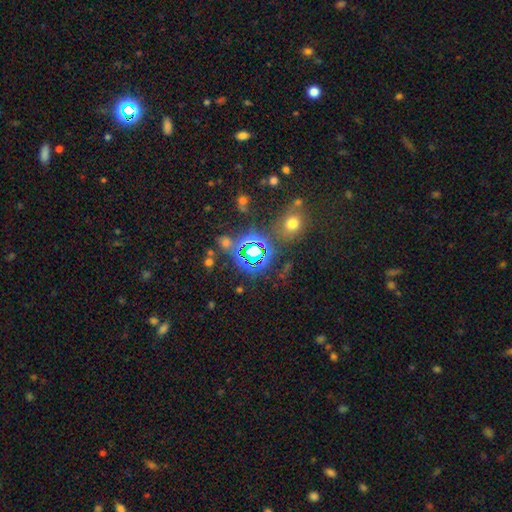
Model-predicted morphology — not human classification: Smooth or featured? star or artifact (70%)